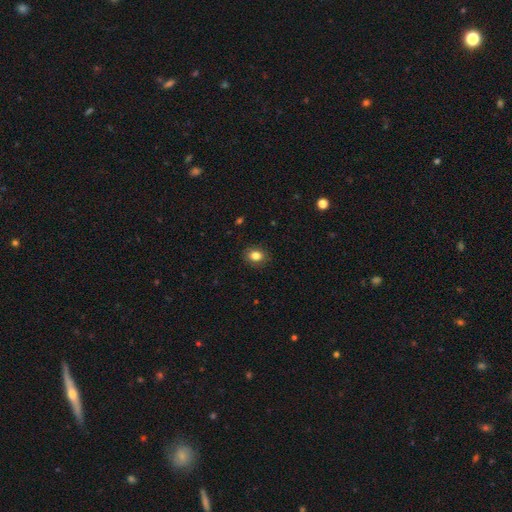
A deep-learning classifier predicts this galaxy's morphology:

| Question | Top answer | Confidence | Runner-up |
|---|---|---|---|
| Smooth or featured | smooth | 83% | star or artifact (10%) |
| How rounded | round | 51% | in between (48%) |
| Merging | none | 87% | minor disturbance (9%) |